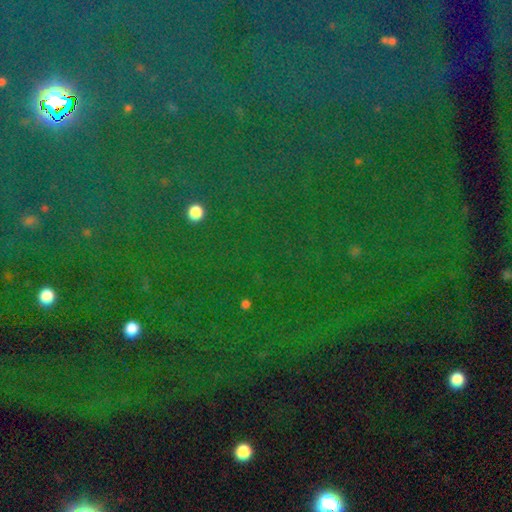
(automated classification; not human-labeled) Smooth or featured? star or artifact (82%)